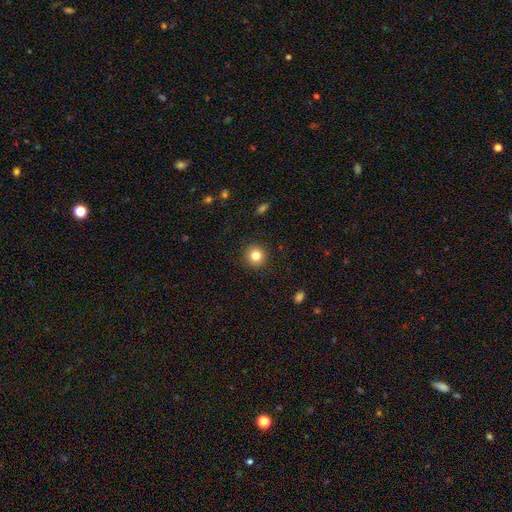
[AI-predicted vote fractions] Overall: smooth (82%). How rounded: round (93%). Merging: none (92%).